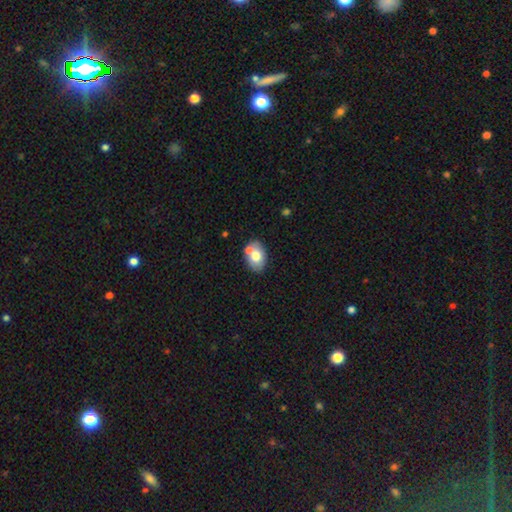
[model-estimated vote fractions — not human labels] Smooth or featured? smooth (72%)
How rounded? in between (80%)
Merging? none (63%)